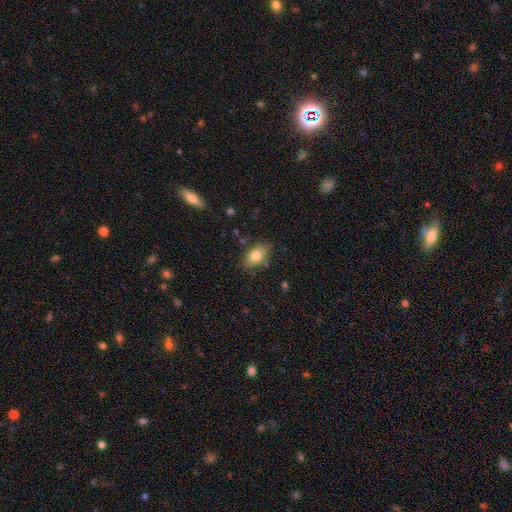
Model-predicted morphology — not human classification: smooth 79%, featured or disk 13%, star or artifact 8%. Down the decision tree: how rounded — in between (87%); merging — none (78%).